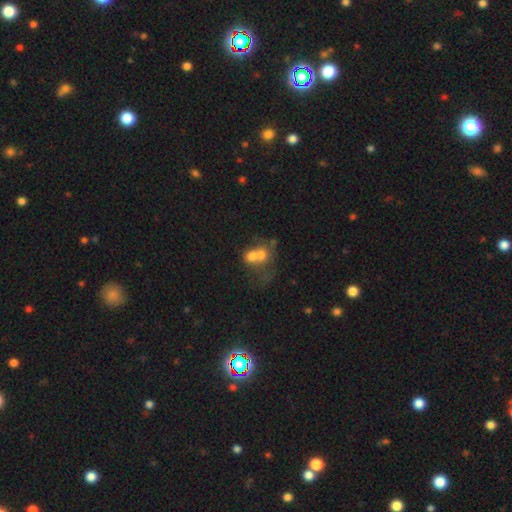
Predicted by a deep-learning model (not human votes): A smooth galaxy with no disk features (59%) that is round (56%). Merging: merger (72%).